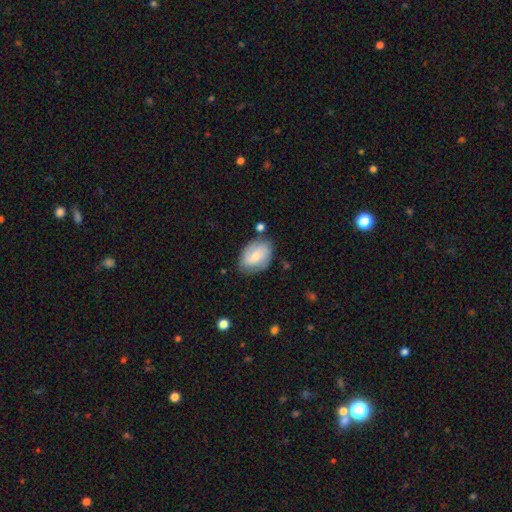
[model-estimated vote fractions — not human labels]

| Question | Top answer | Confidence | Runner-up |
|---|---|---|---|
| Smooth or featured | smooth | 50% | featured or disk (43%) |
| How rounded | in between | 79% | round (20%) |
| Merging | none | 69% | minor disturbance (20%) |